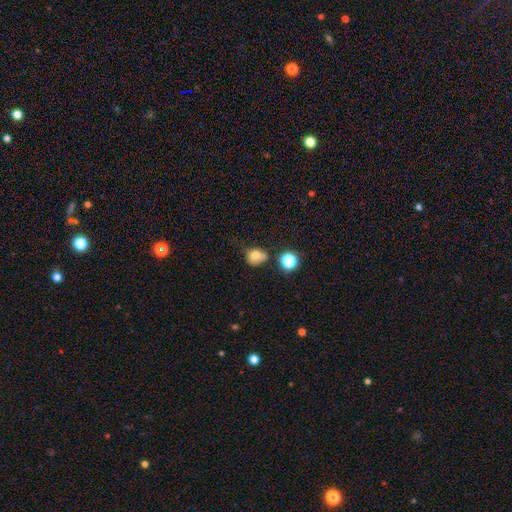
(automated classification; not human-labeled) The model was most divided on "merging": none: 40%, minor disturbance: 34%, major disturbance: 16%, merger: 10%. More confident: smooth or featured — smooth (75%); how rounded — round (54%).